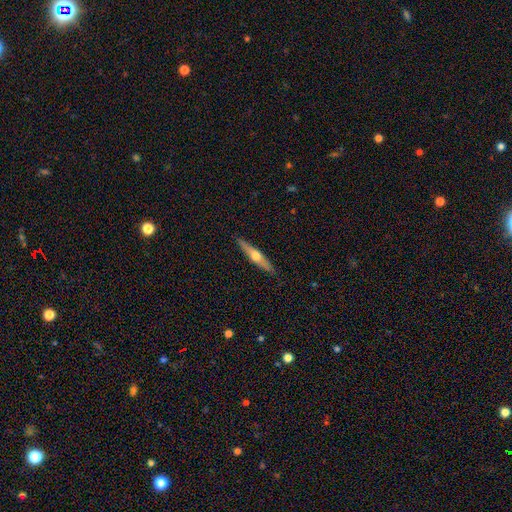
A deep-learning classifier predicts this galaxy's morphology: Smooth or featured? featured or disk (60%)
Edge-on disk? yes (96%)
Edge-on bulge? rounded (92%)
Merging? none (90%)